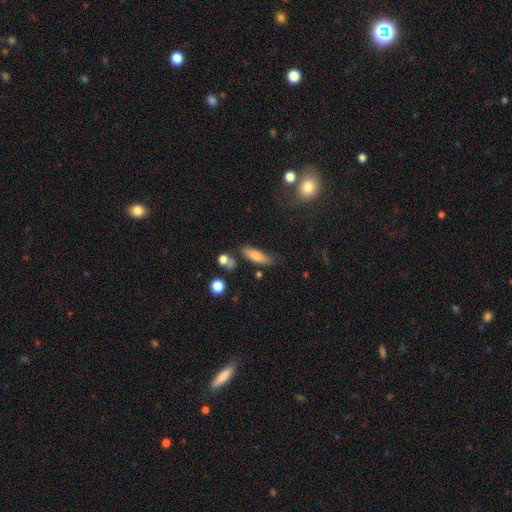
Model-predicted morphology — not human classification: This is likely a smooth galaxy (75%). How rounded: possibly cigar-shaped (50%). Merging: likely none (66%).